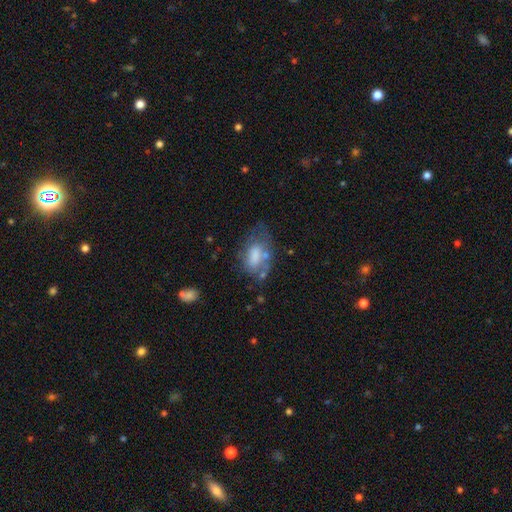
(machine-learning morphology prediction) smooth_or_featured: smooth (p=0.60) [alt: featured or disk p=0.32]
how_rounded: in between (p=0.88) [alt: round p=0.09]
merging: none (p=0.37) [alt: minor disturbance p=0.27]